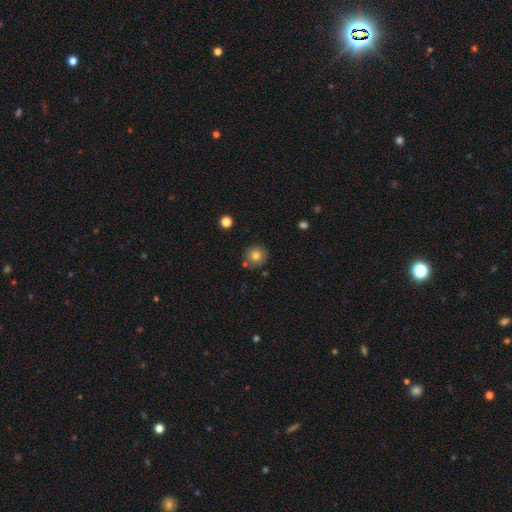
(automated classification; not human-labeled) smooth_or_featured: smooth (p=0.80) [alt: star or artifact p=0.11]
how_rounded: round (p=0.92) [alt: in between p=0.07]
merging: none (p=0.81) [alt: minor disturbance p=0.10]